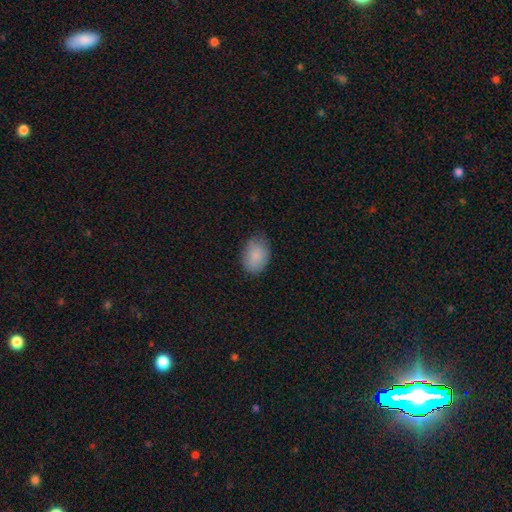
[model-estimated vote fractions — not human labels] This appears to be a smooth galaxy with no disk features (87%) that is in between round and cigar-shaped (77%). Merging: none (77%).